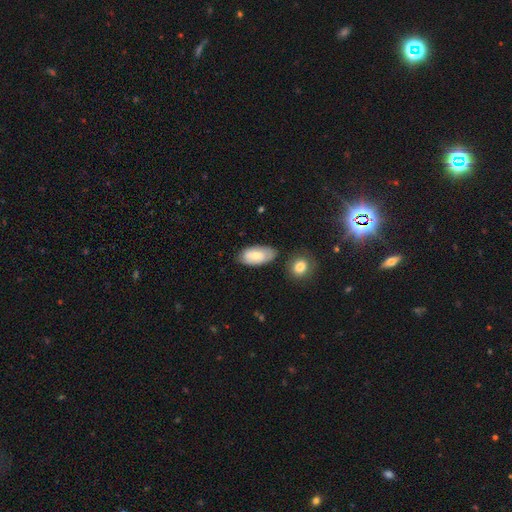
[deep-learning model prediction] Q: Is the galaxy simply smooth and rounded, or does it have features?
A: smooth — 70%.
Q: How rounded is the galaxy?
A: in between — 93%.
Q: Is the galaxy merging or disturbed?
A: none — 68%.